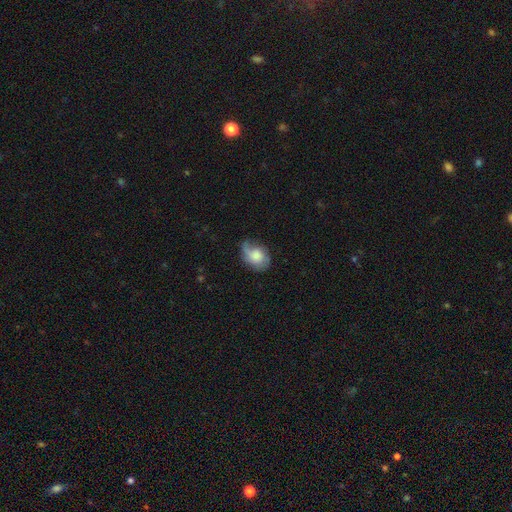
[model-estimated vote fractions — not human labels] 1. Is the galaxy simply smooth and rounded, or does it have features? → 51% smooth, 41% featured or disk, 8% star or artifact.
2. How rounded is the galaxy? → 69% in between, 30% round, 1% cigar-shaped.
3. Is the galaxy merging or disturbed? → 47% none, 34% minor disturbance, 18% major disturbance, 2% merger.